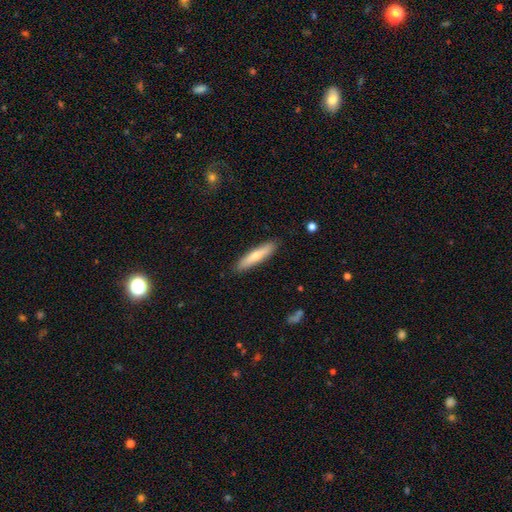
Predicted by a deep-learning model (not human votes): This is likely a smooth galaxy (65%). How rounded: clearly cigar-shaped (83%). Merging: clearly none (89%).